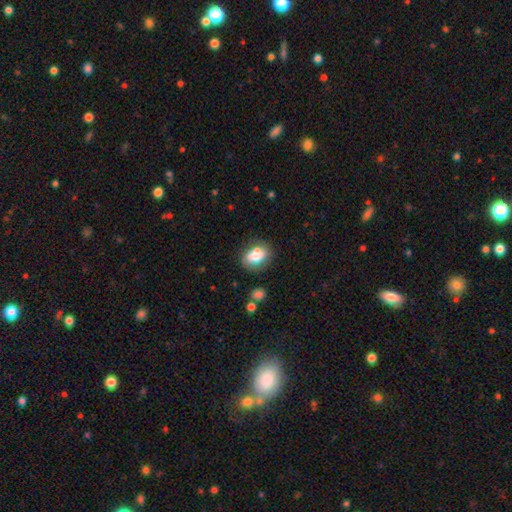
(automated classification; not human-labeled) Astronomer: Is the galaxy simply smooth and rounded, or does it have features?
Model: smooth — 73%.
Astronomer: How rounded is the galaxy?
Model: in between — 71%.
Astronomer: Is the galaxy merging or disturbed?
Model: none — 63%.